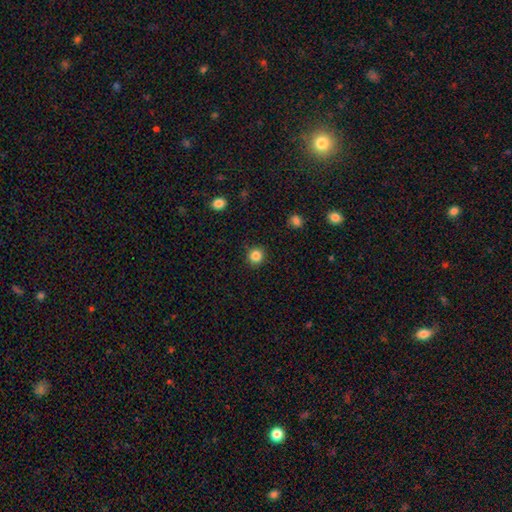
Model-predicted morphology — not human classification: The model was most divided on "smooth or featured": smooth: 84%, star or artifact: 12%, featured or disk: 4%. More confident: how rounded — round (91%); merging — none (90%).